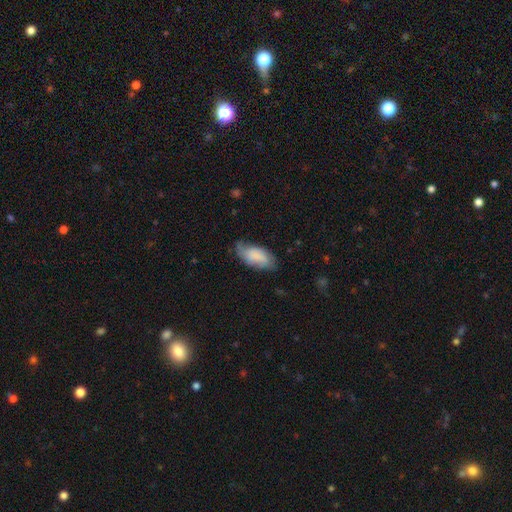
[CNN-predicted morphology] smooth-or-featured: smooth: 72% | featured or disk: 21% | star or artifact: 7%
  how-rounded: in between: 93% | cigar-shaped: 4% | round: 2%
  merging: none: 54% | minor disturbance: 34% | major disturbance: 10% | merger: 2%